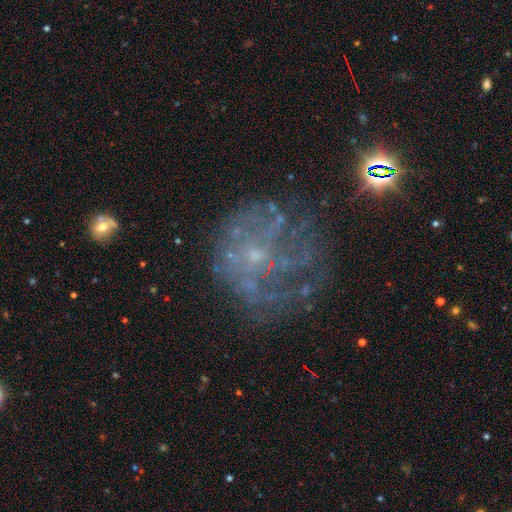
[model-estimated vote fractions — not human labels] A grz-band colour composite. It shows a featured or disk galaxy (58%) with no bar (87%), no spiral arms (63%) and a small central bulge (52%). Merging: none (53%).